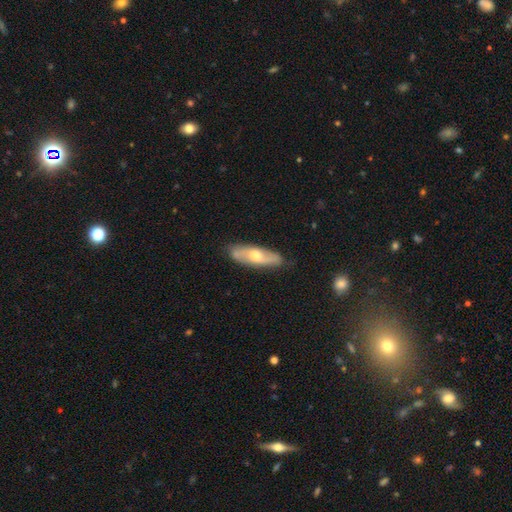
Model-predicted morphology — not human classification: This is possibly a featured or disk galaxy (52%). It is likely not viewed edge-on (65%). Merging: clearly none (83%).